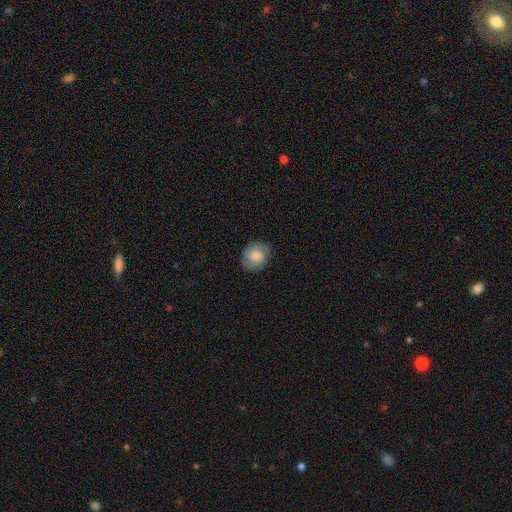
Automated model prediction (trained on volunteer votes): A smooth galaxy with no disk features (74%) that is round (76%).

Vote fractions:
- Smooth or featured? smooth: 74% / featured or disk: 18% / star or artifact: 8%
- How rounded? round: 76% / in between: 23% / cigar-shaped: 1%
- Merging? none: 82% / minor disturbance: 13% / major disturbance: 4% / merger: 1%